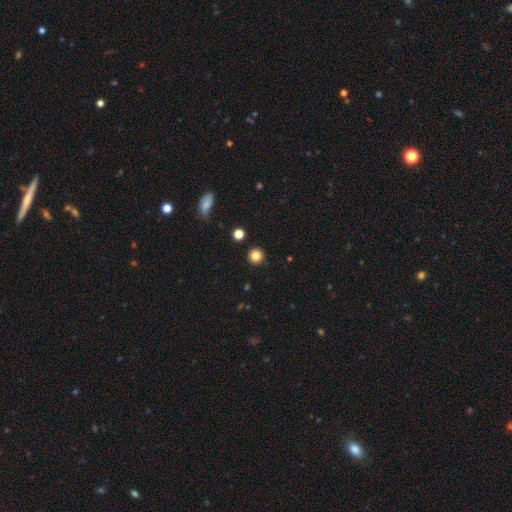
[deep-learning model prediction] The model was most divided on "smooth or featured": smooth: 83%, star or artifact: 12%, featured or disk: 5%. More confident: how rounded — round (94%); merging — none (92%).